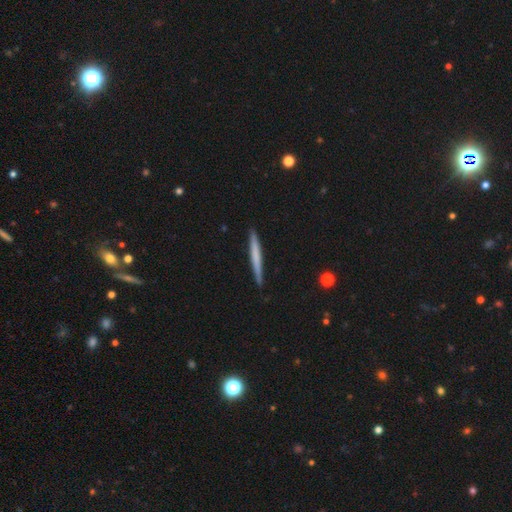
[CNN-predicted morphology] Smooth or featured?
  - smooth: 58% *
  - featured or disk: 37%
  - star or artifact: 5%
How rounded?
  - cigar-shaped: 97% *
  - in between: 2%
  - round: 1%
Merging?
  - none: 89% *
  - minor disturbance: 9%
  - major disturbance: 1%
  - merger: 1%